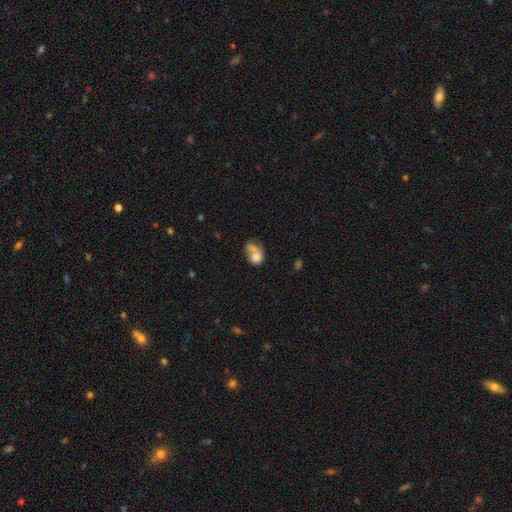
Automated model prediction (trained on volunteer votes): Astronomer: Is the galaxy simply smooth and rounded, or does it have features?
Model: smooth — 72%.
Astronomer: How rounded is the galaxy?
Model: round — 49%, tied with in between at 49%.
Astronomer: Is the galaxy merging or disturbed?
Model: merger — 49%.